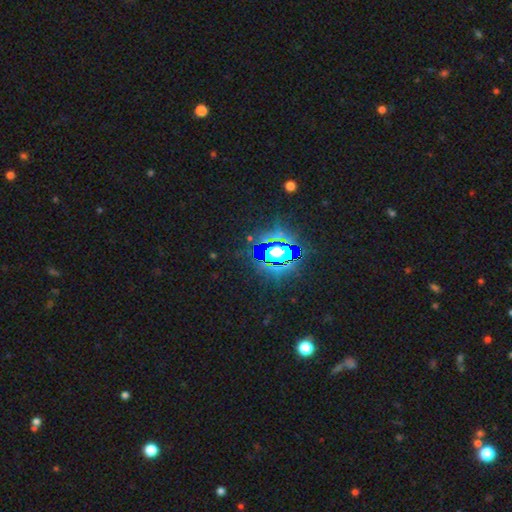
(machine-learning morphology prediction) smooth_or_featured: star or artifact (p=0.75) [alt: smooth p=0.14]